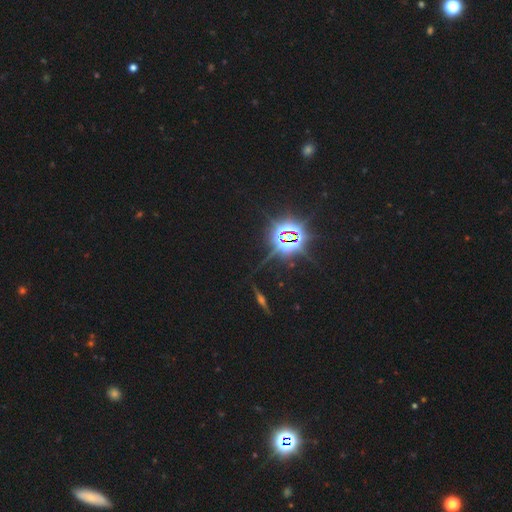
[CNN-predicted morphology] Overall: star or artifact (83%).